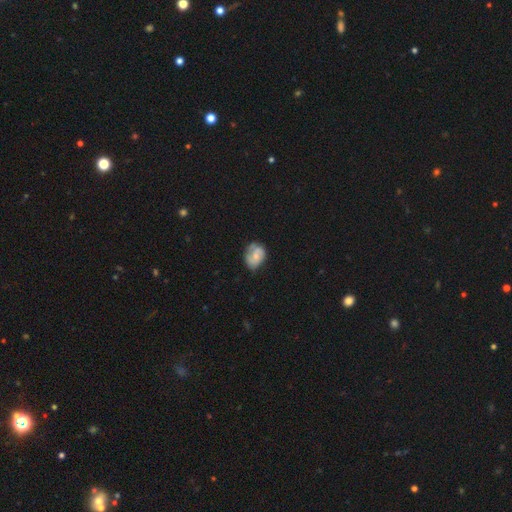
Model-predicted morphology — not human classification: smooth_or_featured: featured or disk (p=0.54) [alt: smooth p=0.39]
disk_edge_on: no (p=0.97) [alt: yes p=0.03]
bar: no (p=0.64) [alt: weak p=0.31]
has_spiral_arms: yes (p=0.79) [alt: no p=0.21]
bulge_size: small (p=0.52) [alt: moderate p=0.38]
merging: none (p=0.56) [alt: minor disturbance p=0.31]